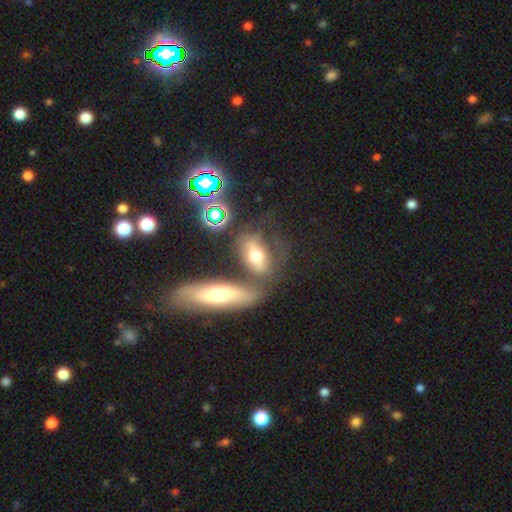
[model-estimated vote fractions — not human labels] This is possibly a smooth galaxy (48%). Merging: marginally none (41%).